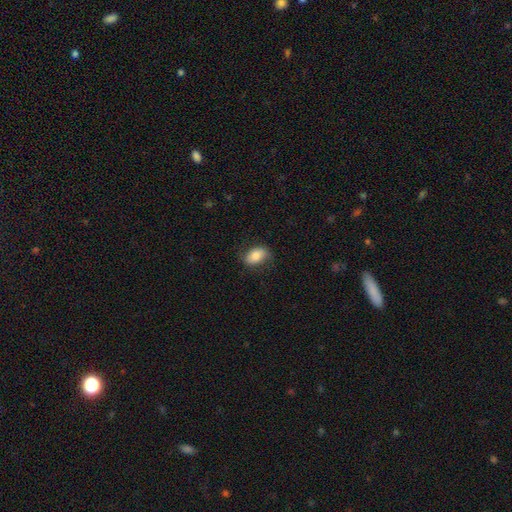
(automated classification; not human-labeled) The model was most divided on "merging": none: 76%, minor disturbance: 18%, major disturbance: 5%, merger: 1%. More confident: how rounded — in between (88%); smooth or featured — smooth (77%).